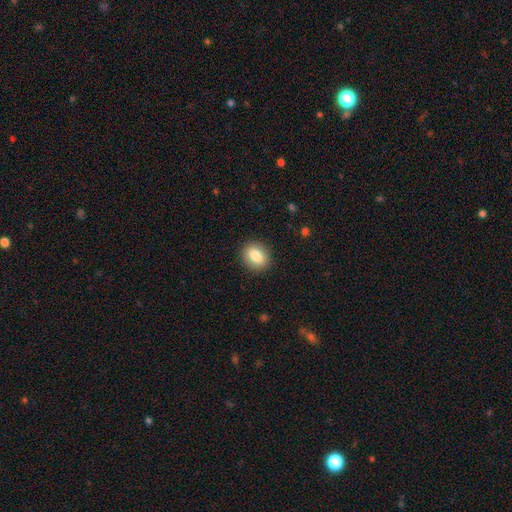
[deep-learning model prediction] A smooth galaxy with no disk features (84%) that is round (50%). Merging: none (90%).